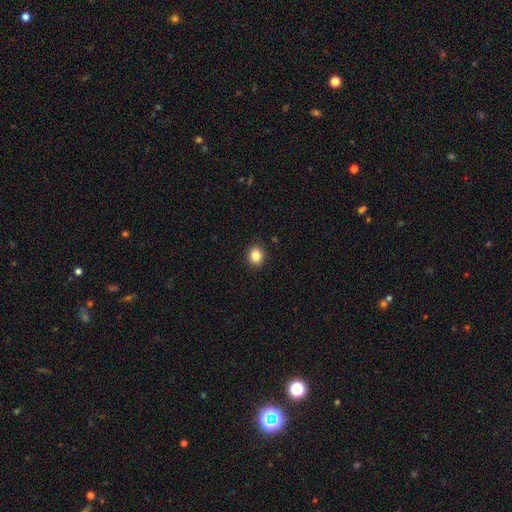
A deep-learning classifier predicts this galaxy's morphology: smooth_or_featured: smooth (p=0.85) [alt: star or artifact p=0.10]
how_rounded: round (p=0.71) [alt: in between p=0.29]
merging: none (p=0.90) [alt: minor disturbance p=0.07]